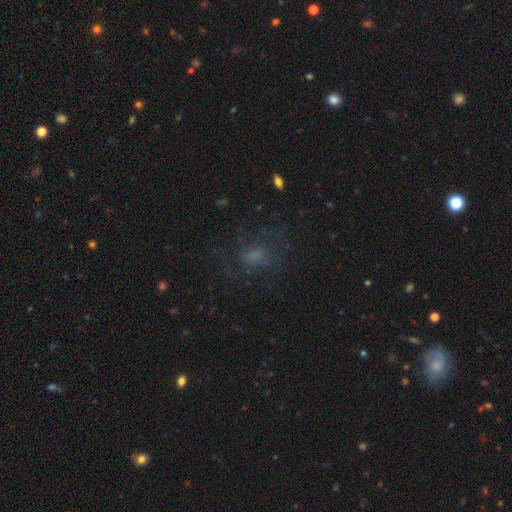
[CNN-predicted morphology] This is possibly a smooth galaxy (45%). Merging: possibly none (55%).